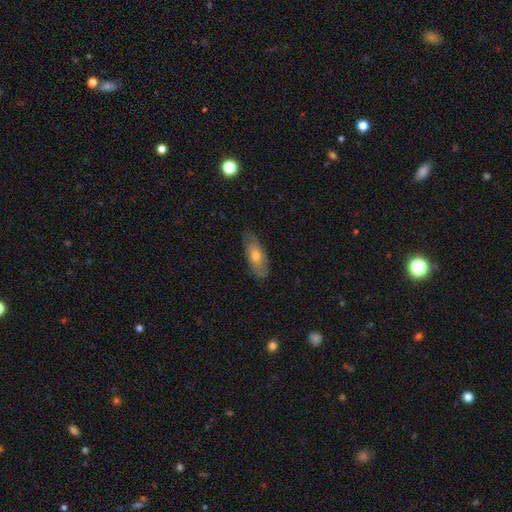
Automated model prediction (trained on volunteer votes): The model was most divided on "smooth or featured": smooth: 55%, featured or disk: 38%, star or artifact: 7%. More confident: merging — none (78%); how rounded — in between (75%).